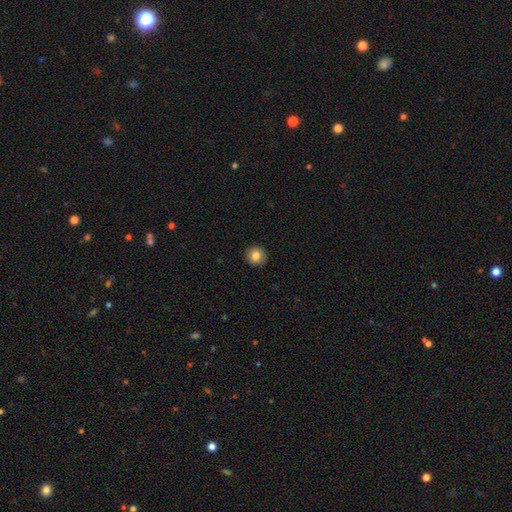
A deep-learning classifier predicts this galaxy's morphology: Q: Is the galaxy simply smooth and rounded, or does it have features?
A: smooth — 82%.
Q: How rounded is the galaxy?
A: round — 93%.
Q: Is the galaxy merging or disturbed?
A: none — 91%.